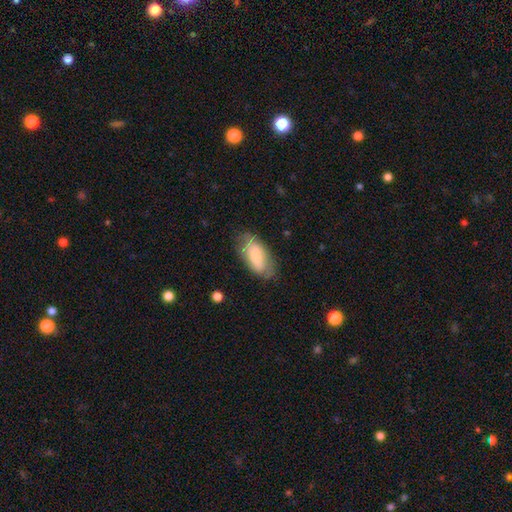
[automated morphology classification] smooth 71%, featured or disk 22%, star or artifact 6%. Down the decision tree: how rounded — in between (92%); merging — none (67%).